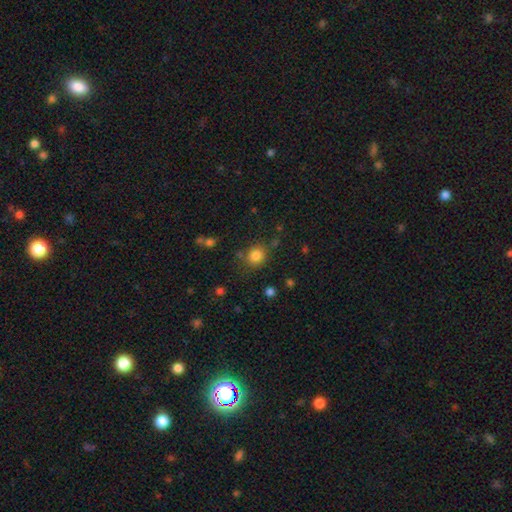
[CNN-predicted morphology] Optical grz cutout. It shows a smooth galaxy with no disk features (82%) that is round (84%). Merging: none (78%).